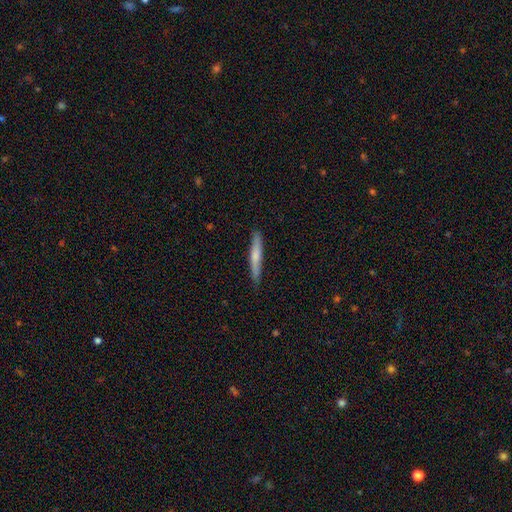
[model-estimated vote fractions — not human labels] A smooth galaxy with no disk features (58%) that is cigar-shaped (95%). Merging: none (88%).